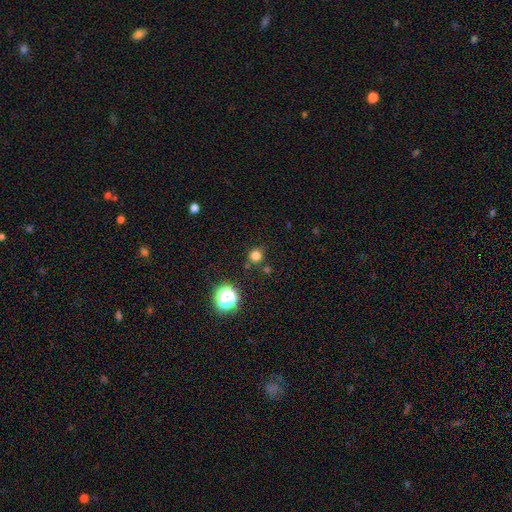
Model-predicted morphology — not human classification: A smooth galaxy with no disk features (76%) that is round (93%). Merging: none (81%).